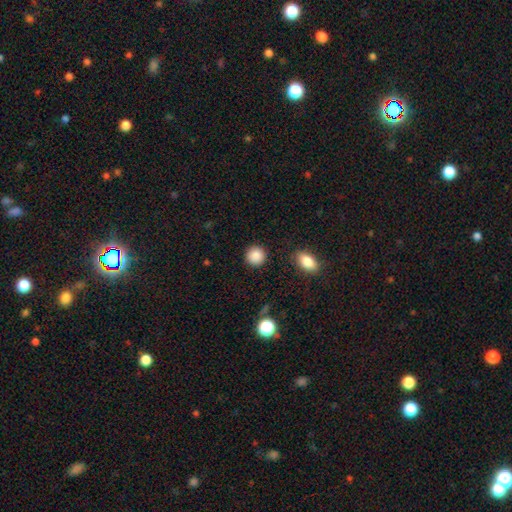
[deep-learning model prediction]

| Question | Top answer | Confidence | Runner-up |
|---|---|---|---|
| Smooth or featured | smooth | 88% | star or artifact (8%) |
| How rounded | round | 92% | in between (7%) |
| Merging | none | 90% | minor disturbance (6%) |